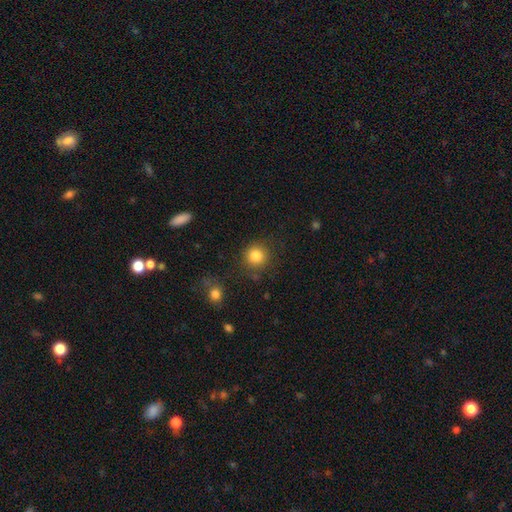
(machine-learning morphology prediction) Smooth or featured? Predicted: smooth (p=0.84). How rounded? Predicted: round (p=0.92). Merging? Predicted: none (p=0.84).